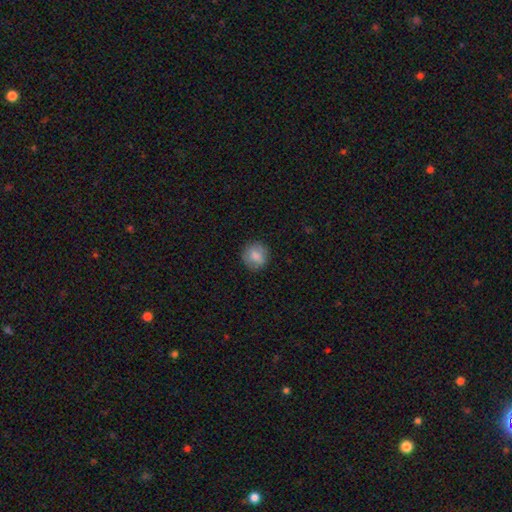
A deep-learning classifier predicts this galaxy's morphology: Smooth or featured? Predicted: smooth (p=0.79). How rounded? Predicted: round (p=0.86). Merging? Predicted: none (p=0.85).